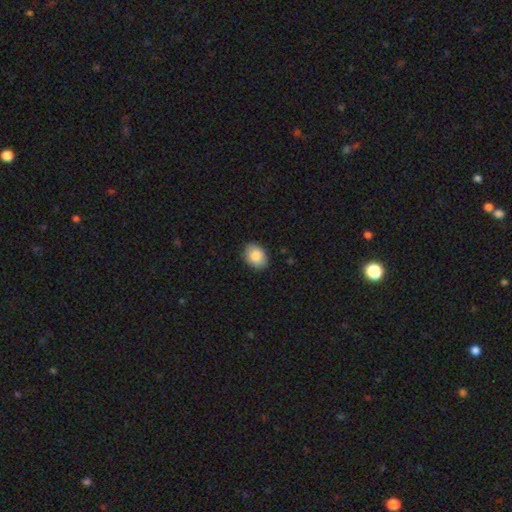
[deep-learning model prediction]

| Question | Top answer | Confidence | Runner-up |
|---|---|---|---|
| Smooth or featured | smooth | 87% | star or artifact (7%) |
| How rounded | in between | 62% | round (37%) |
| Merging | none | 86% | minor disturbance (11%) |